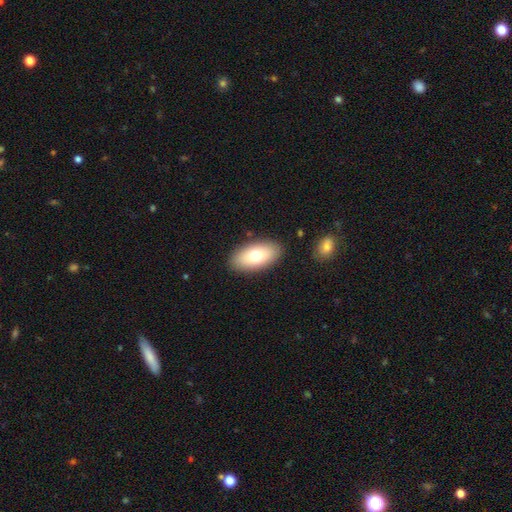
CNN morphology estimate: smooth-or-featured: smooth: 73% | featured or disk: 20% | star or artifact: 7%
  how-rounded: in between: 93% | round: 4% | cigar-shaped: 3%
  merging: none: 88% | minor disturbance: 8% | major disturbance: 2% | merger: 2%